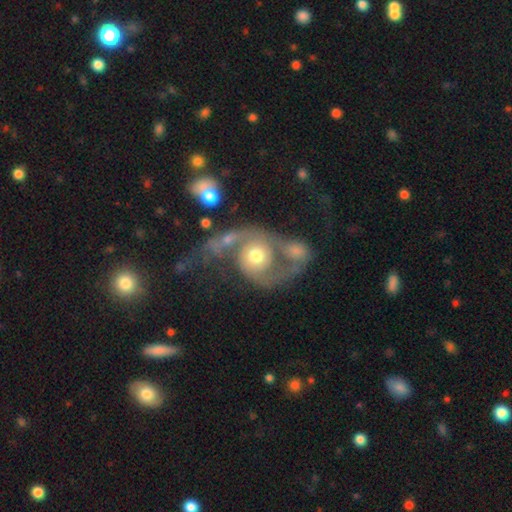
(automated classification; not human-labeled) Smooth or featured: featured or disk — 77% (smooth — 17%)
Edge-on disk: no — 97% (yes — 3%)
Bar: no — 77% (weak — 19%)
Spiral arms: yes — 86% (no — 14%)
Spiral winding: medium — 41% (loose — 38%)
Spiral arm count: 2 — 78% (can't tell — 9%)
Bulge size: moderate — 65% (large — 17%)
Merging: merger — 46% (major disturbance — 22%)